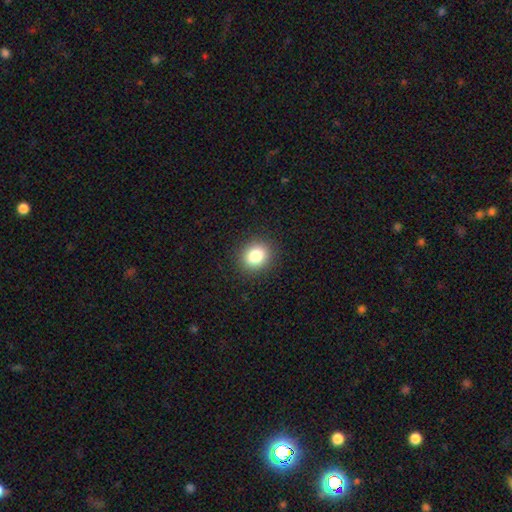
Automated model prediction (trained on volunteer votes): Smooth or featured: smooth — 83% (star or artifact — 11%)
How rounded: round — 68% (in between — 31%)
Merging: none — 90% (minor disturbance — 7%)